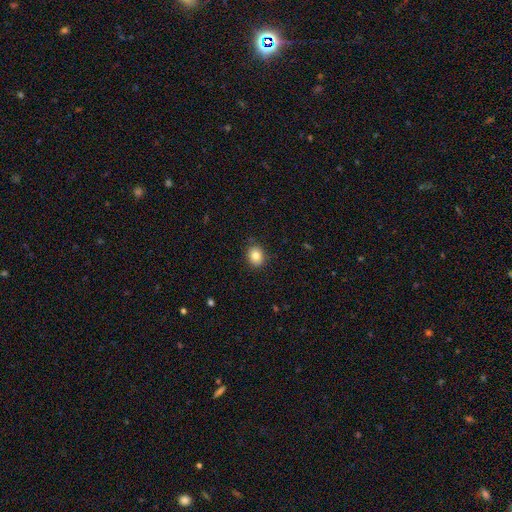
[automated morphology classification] A smooth galaxy with no disk features (83%) that is round (61%). Merging: none (87%).